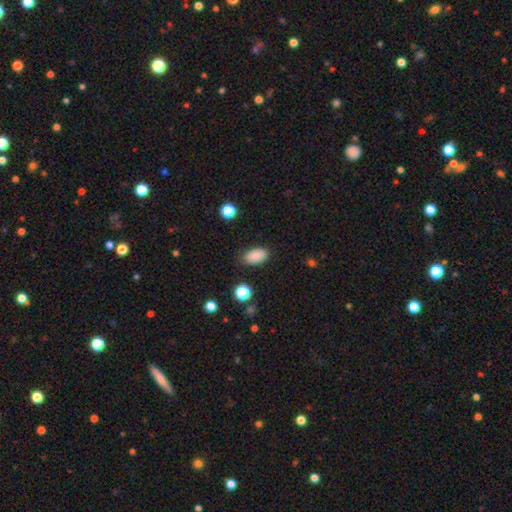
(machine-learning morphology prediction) Q: Smooth or featured?
A: smooth (86%); runner-up: star or artifact (9%)
Q: How rounded?
A: in between (92%); runner-up: round (6%)
Q: Merging?
A: none (83%); runner-up: minor disturbance (12%)